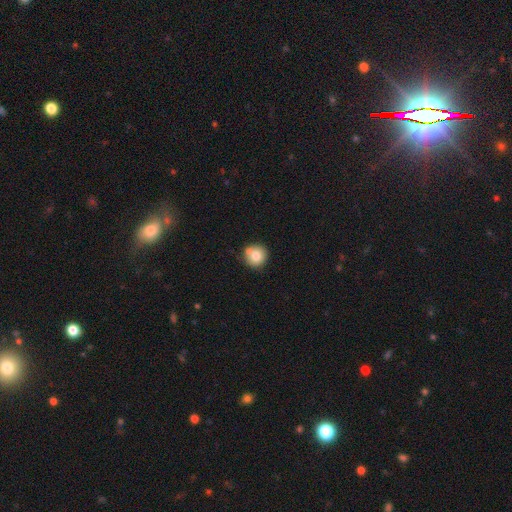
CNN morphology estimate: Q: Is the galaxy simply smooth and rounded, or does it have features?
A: smooth — 78%.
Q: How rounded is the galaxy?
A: round — 92%.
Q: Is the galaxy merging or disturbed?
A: none — 71%.